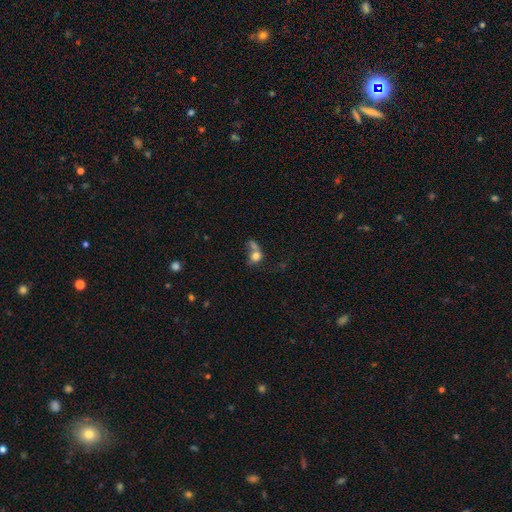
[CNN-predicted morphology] Smooth or featured: smooth — 74% (featured or disk — 15%)
How rounded: round — 61% (in between — 37%)
Merging: merger — 56% (none — 24%)